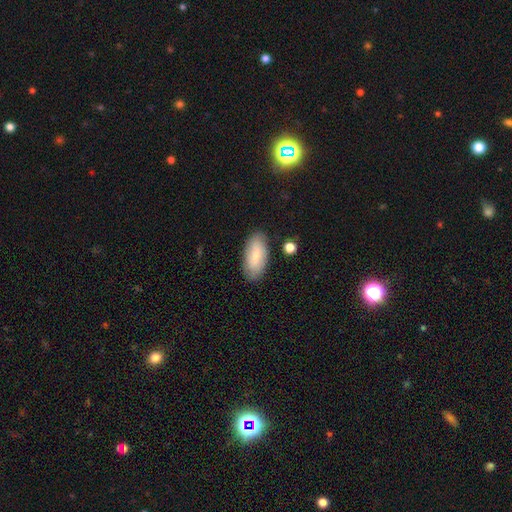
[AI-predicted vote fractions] Smooth or featured: smooth — 76% (featured or disk — 17%)
How rounded: in between — 87% (cigar-shaped — 10%)
Merging: none — 83% (minor disturbance — 12%)